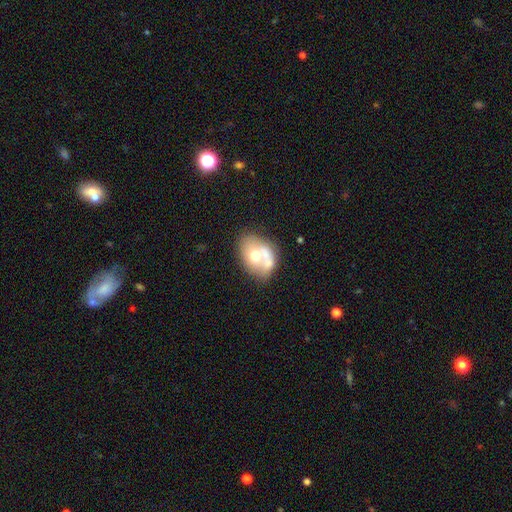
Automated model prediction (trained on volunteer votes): smooth-or-featured: smooth: 55% | featured or disk: 37% | star or artifact: 8%
  how-rounded: in between: 69% | round: 30% | cigar-shaped: 1%
  merging: merger: 36% | none: 33% | minor disturbance: 19% | major disturbance: 12%